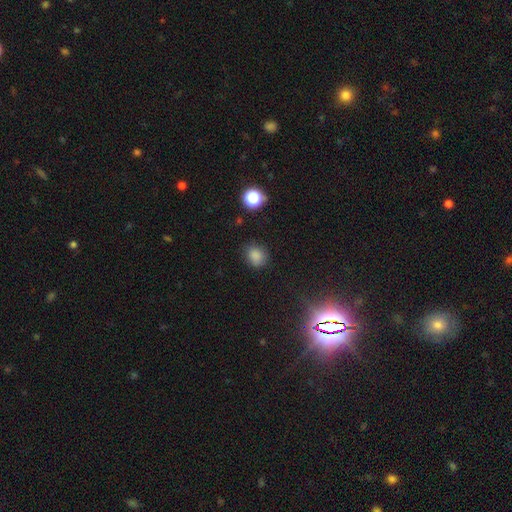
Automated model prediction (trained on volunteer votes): A smooth galaxy with no disk features (81%) that is round (73%). Merging: none (78%).